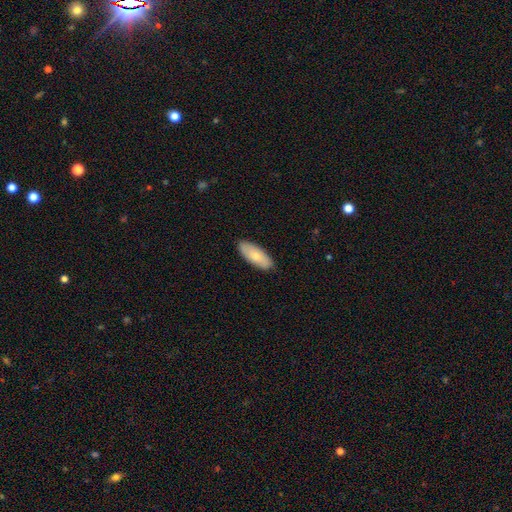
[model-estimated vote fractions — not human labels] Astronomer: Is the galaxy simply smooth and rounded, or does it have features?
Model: smooth — 73%.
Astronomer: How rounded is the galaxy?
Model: in between — 83%.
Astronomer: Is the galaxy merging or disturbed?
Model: none — 87%.